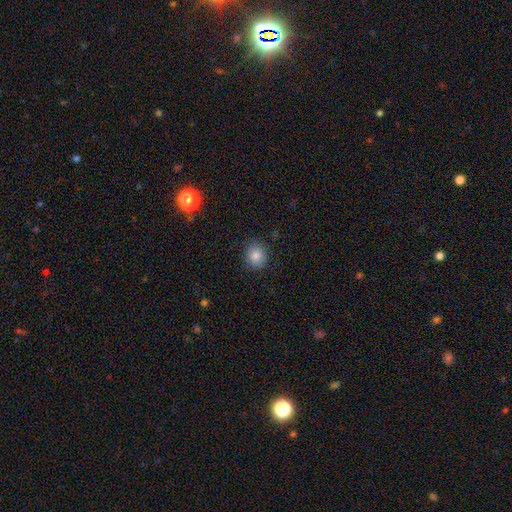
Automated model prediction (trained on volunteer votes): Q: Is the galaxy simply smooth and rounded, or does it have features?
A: smooth — 82%.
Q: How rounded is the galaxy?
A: round — 78%.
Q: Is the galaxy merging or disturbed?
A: none — 87%.